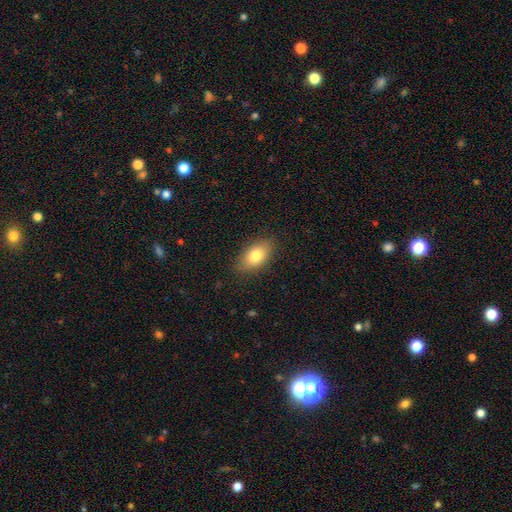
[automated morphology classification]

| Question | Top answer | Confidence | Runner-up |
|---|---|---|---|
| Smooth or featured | smooth | 79% | featured or disk (14%) |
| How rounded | in between | 89% | round (7%) |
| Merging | none | 85% | minor disturbance (11%) |